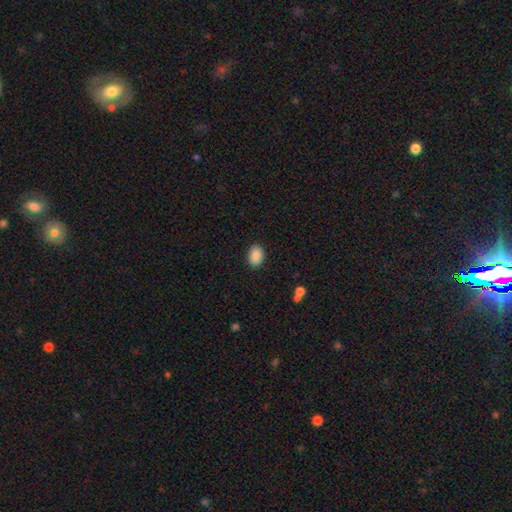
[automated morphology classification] Q: Smooth or featured?
A: smooth (89%); runner-up: star or artifact (8%)
Q: How rounded?
A: in between (80%); runner-up: round (19%)
Q: Merging?
A: none (89%); runner-up: minor disturbance (8%)